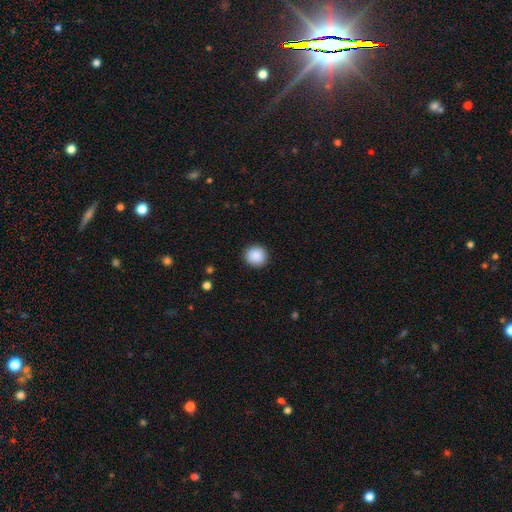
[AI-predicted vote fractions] A smooth galaxy with no disk features (89%) that is round (92%).

Vote fractions:
- Smooth or featured? smooth: 89% / star or artifact: 8% / featured or disk: 3%
- How rounded? round: 92% / in between: 7% / cigar-shaped: 1%
- Merging? none: 91% / minor disturbance: 6% / major disturbance: 2% / merger: 1%